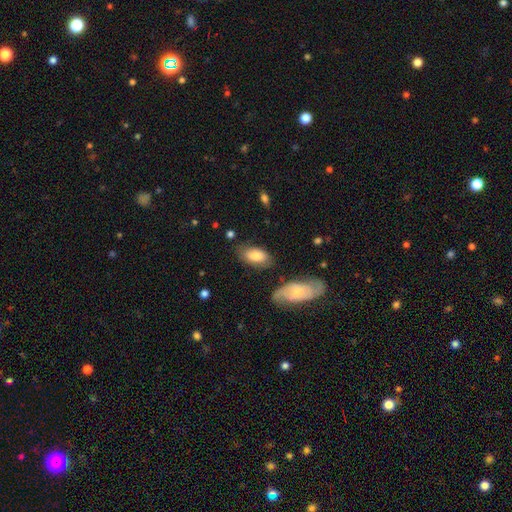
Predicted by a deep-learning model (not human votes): A smooth galaxy with no disk features (77%) that is in between round and cigar-shaped (93%). Merging: none (70%).